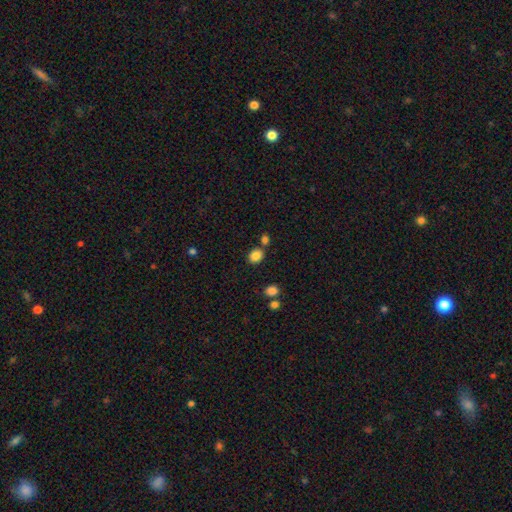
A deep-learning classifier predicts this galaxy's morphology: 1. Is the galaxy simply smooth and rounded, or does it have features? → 84% smooth, 10% star or artifact, 5% featured or disk.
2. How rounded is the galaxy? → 51% round, 48% in between, 1% cigar-shaped.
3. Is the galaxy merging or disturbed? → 70% none, 15% merger, 11% minor disturbance, 4% major disturbance.